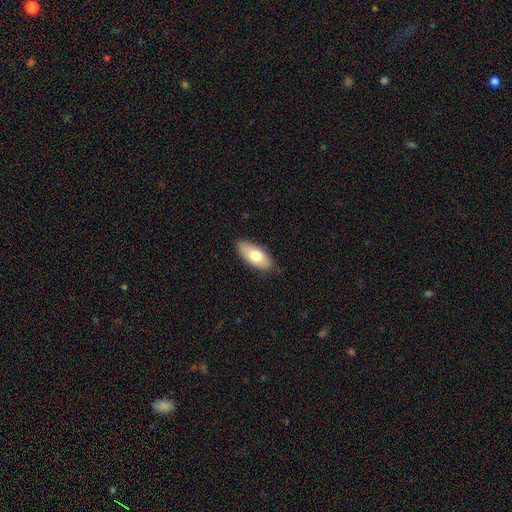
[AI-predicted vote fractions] This appears to be a smooth galaxy with no disk features (73%) that is in between round and cigar-shaped (88%). Merging: none (83%).